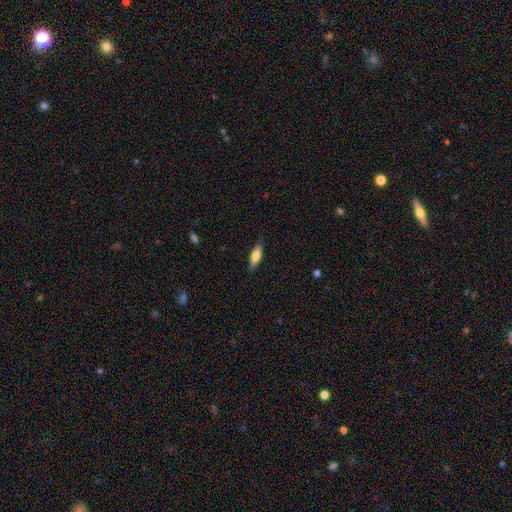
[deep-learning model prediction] Q: Smooth or featured?
A: smooth (72%); runner-up: featured or disk (21%)
Q: How rounded?
A: in between (52%); runner-up: cigar-shaped (46%)
Q: Merging?
A: none (84%); runner-up: minor disturbance (12%)